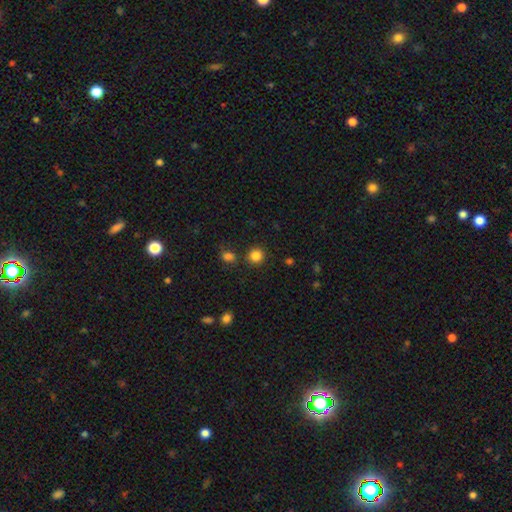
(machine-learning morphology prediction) Smooth or featured: smooth — 84% (star or artifact — 12%)
How rounded: round — 89% (in between — 10%)
Merging: none — 84% (minor disturbance — 7%)